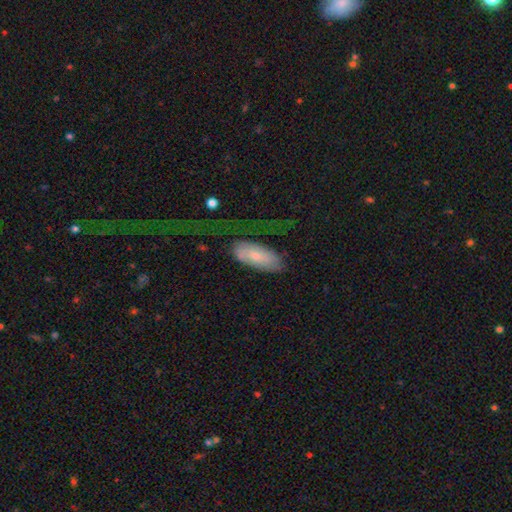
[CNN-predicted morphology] smooth 64%, featured or disk 29%, star or artifact 7%. Down the decision tree: how rounded — in between (85%); merging — none (47%).